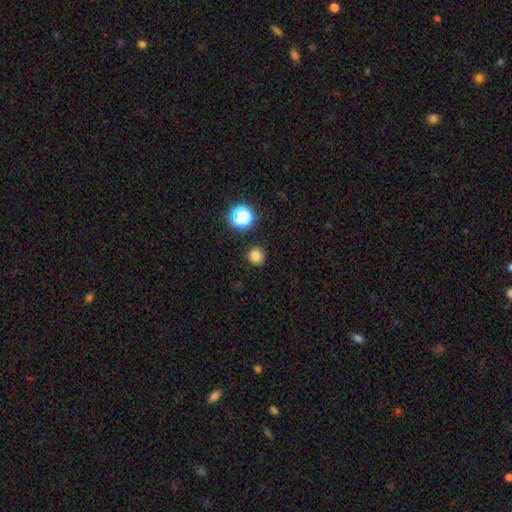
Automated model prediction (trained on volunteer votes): Smooth or featured? smooth (78%)
How rounded? round (94%)
Merging? none (89%)